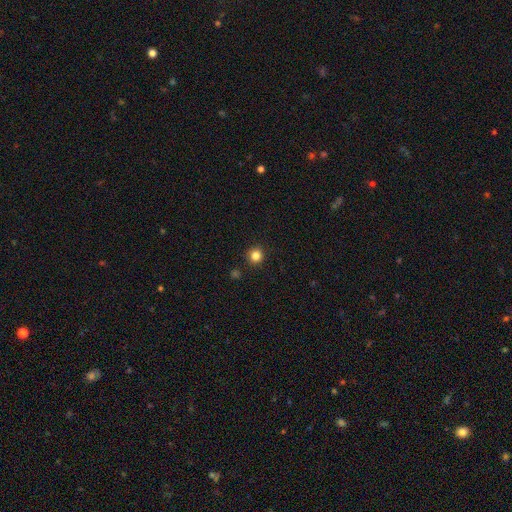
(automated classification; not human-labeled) This is clearly a smooth galaxy (83%). How rounded: clearly round (93%). Merging: clearly none (91%).